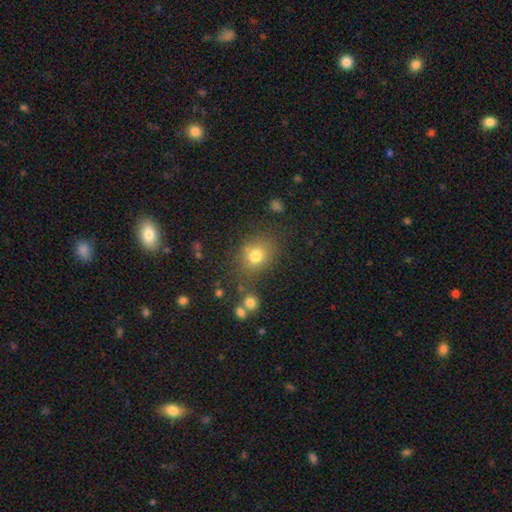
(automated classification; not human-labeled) Smooth or featured? smooth (76%)
How rounded? round (65%)
Merging? none (74%)